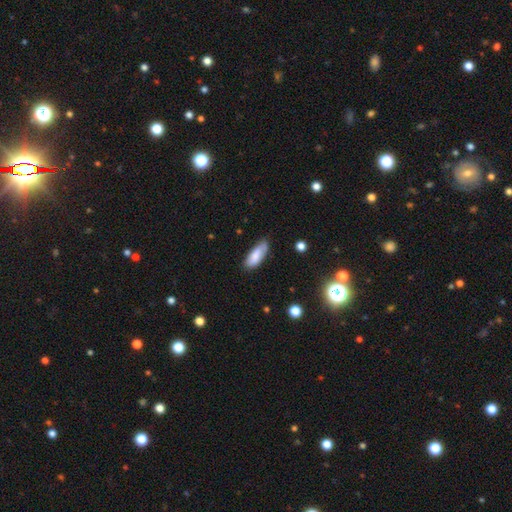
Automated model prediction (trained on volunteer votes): Smooth or featured? smooth (79%)
How rounded? in between (72%)
Merging? none (69%)